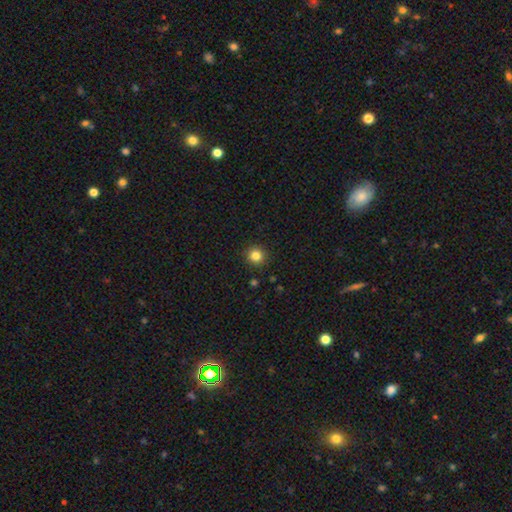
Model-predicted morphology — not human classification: type=smooth (83%); roundness=round (94%); merging=none (92%).